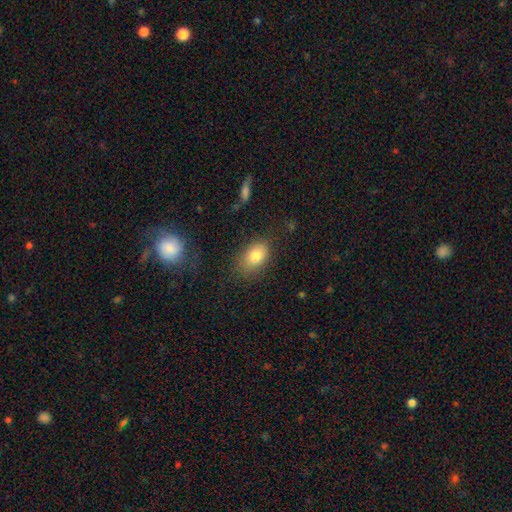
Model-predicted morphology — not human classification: smooth_or_featured: smooth (p=0.80) [alt: featured or disk p=0.11]
how_rounded: in between (p=0.85) [alt: round p=0.14]
merging: none (p=0.74) [alt: minor disturbance p=0.18]